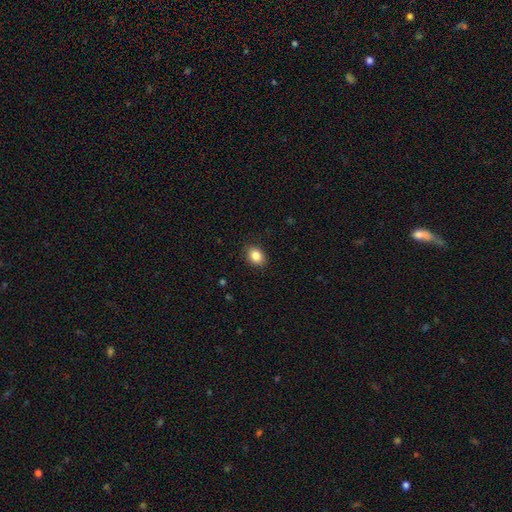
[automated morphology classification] This is clearly a smooth galaxy (85%). How rounded: likely in between (63%). Merging: clearly none (88%).